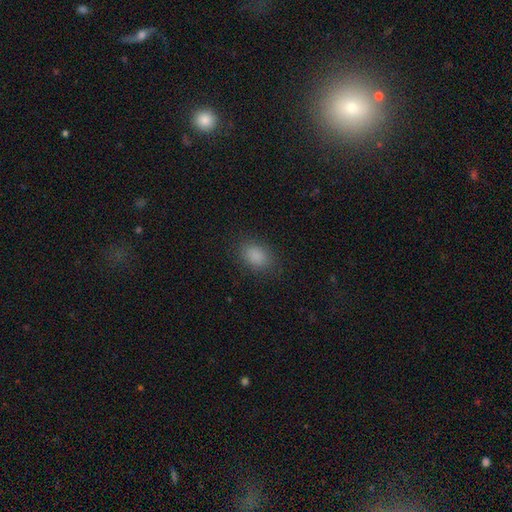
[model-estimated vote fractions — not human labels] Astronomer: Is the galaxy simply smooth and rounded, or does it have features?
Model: smooth — 87%.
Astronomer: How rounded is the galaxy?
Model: in between — 76%.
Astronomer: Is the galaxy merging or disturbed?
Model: none — 85%.